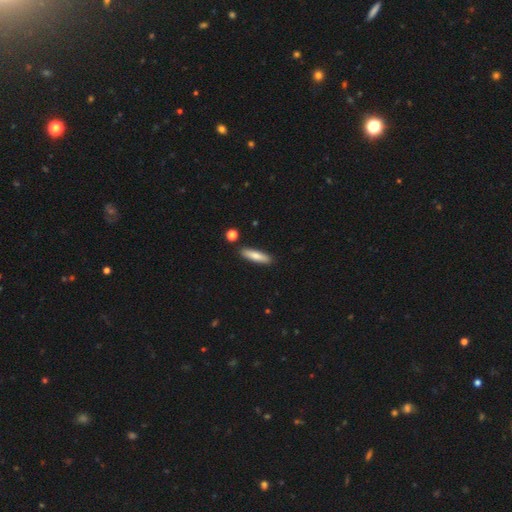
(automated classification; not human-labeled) smooth 76%, featured or disk 18%, star or artifact 6%. Down the decision tree: how rounded — cigar-shaped (74%); merging — none (88%).